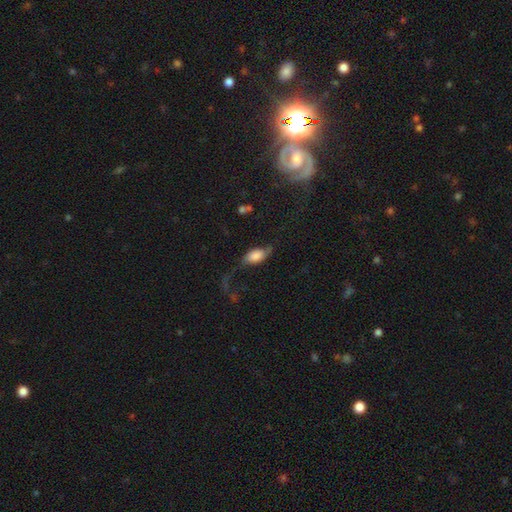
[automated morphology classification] Q: Smooth or featured?
A: smooth (50%); runner-up: featured or disk (42%)
Q: How rounded?
A: in between (88%); runner-up: cigar-shaped (6%)
Q: Merging?
A: none (38%); runner-up: major disturbance (36%)